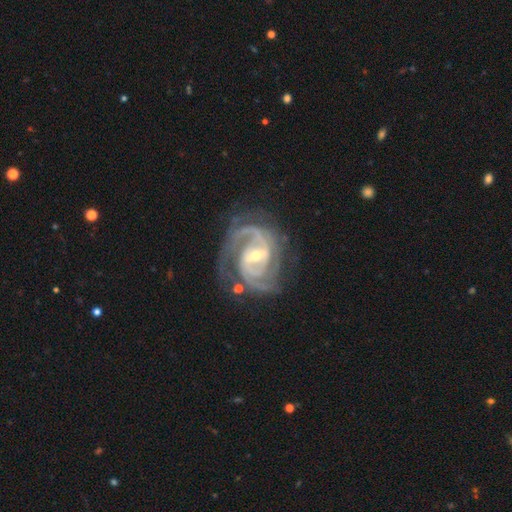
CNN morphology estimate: Smooth or featured?
  - featured or disk: 93% *
  - star or artifact: 5%
  - smooth: 3%
Edge-on disk?
  - no: 98% *
  - yes: 2%
Bar?
  - weak: 47% *
  - strong: 33%
  - no: 20%
Spiral arms?
  - yes: 98% *
  - no: 2%
Spiral winding?
  - tight: 51% *
  - medium: 42%
  - loose: 7%
Spiral arm count?
  - 2: 58% *
  - 3: 21%
  - can't tell: 8%
  - 4: 5%
  - 1: 4%
  - more than 4: 4%
Bulge size?
  - small: 57% *
  - moderate: 39%
  - large: 2%
  - none: 1%
  - dominant: 1%
Merging?
  - none: 69% *
  - minor disturbance: 19%
  - major disturbance: 10%
  - merger: 3%